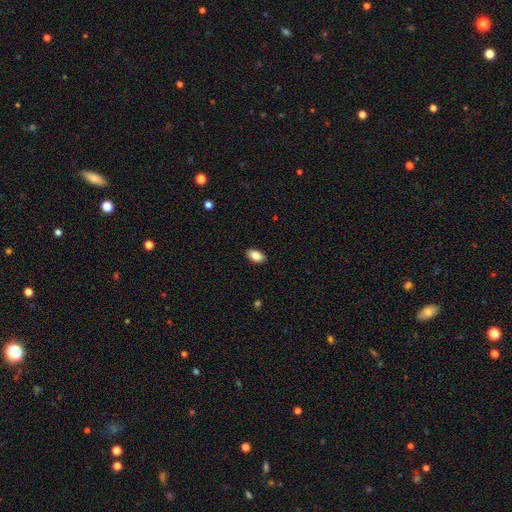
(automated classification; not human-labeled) Smooth or featured? Predicted: smooth (p=0.88). How rounded? Predicted: in between (p=0.94). Merging? Predicted: none (p=0.89).